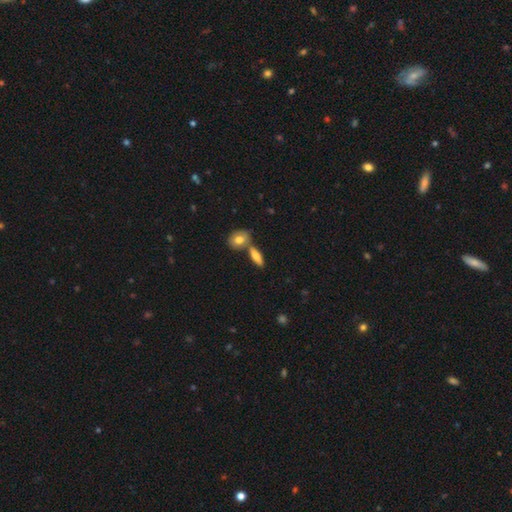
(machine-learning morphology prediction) Q: Smooth or featured?
A: smooth (70%); runner-up: featured or disk (23%)
Q: How rounded?
A: in between (61%); runner-up: cigar-shaped (33%)
Q: Merging?
A: none (58%); runner-up: merger (27%)